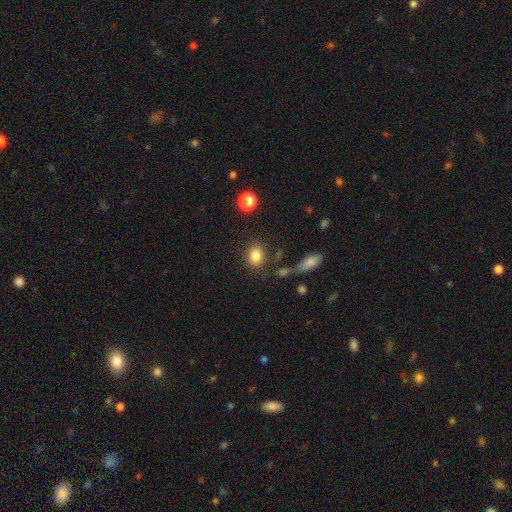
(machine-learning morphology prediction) smooth_or_featured: smooth (p=0.83) [alt: star or artifact p=0.09]
how_rounded: in between (p=0.59) [alt: round p=0.39]
merging: none (p=0.76) [alt: minor disturbance p=0.12]